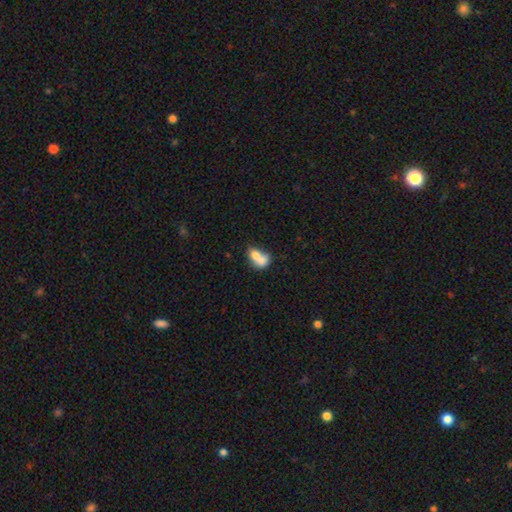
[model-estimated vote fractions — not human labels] A smooth galaxy with no disk features (71%) that is in between round and cigar-shaped (68%).

Vote fractions:
- Smooth or featured? smooth: 71% / featured or disk: 21% / star or artifact: 8%
- How rounded? in between: 68% / round: 30% / cigar-shaped: 2%
- Merging? merger: 72% / none: 17% / minor disturbance: 7% / major disturbance: 5%